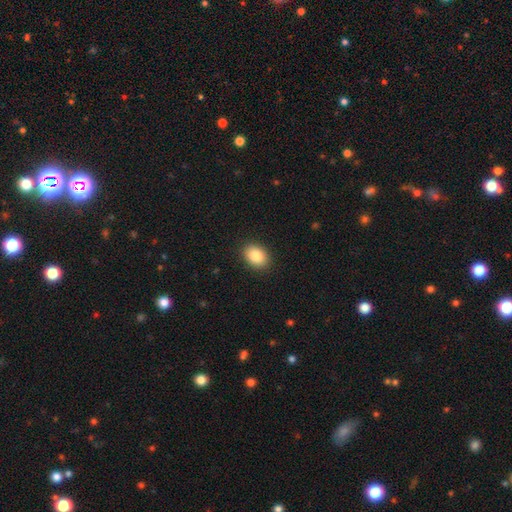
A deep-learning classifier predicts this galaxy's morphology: The model was most divided on "how rounded": in between: 70%, round: 29%, cigar-shaped: 1%. More confident: merging — none (90%); smooth or featured — smooth (87%).